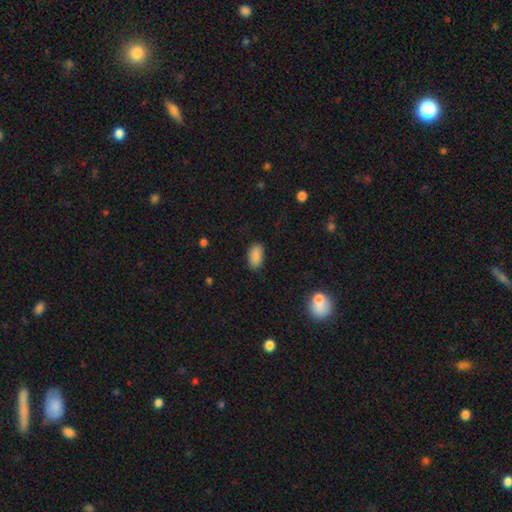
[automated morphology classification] Smooth or featured? smooth (88%)
How rounded? in between (93%)
Merging? none (86%)